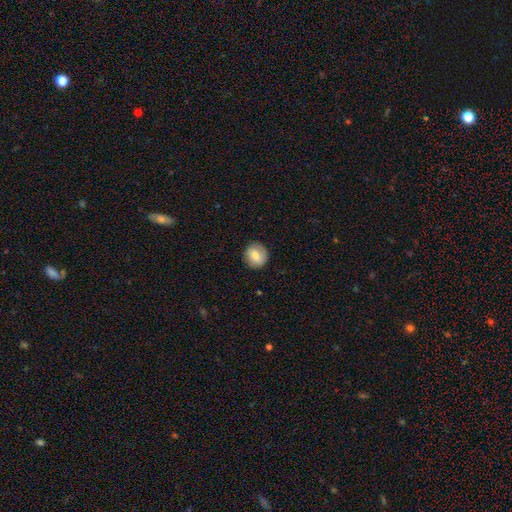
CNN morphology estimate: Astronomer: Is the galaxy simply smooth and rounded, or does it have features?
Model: smooth — 73%.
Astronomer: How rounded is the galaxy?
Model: round — 83%.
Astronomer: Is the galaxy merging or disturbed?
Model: none — 84%.